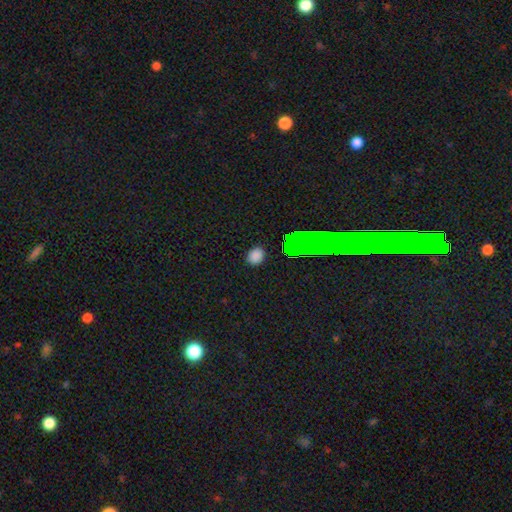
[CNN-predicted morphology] The model was most divided on "how rounded": round: 53%, in between: 46%, cigar-shaped: 2%. More confident: merging — none (88%); smooth or featured — smooth (79%).